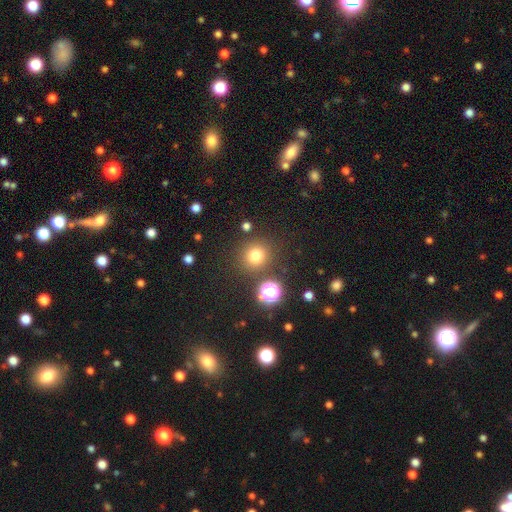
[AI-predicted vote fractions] Overall: smooth (75%). How rounded: round (89%). Merging: none (84%).